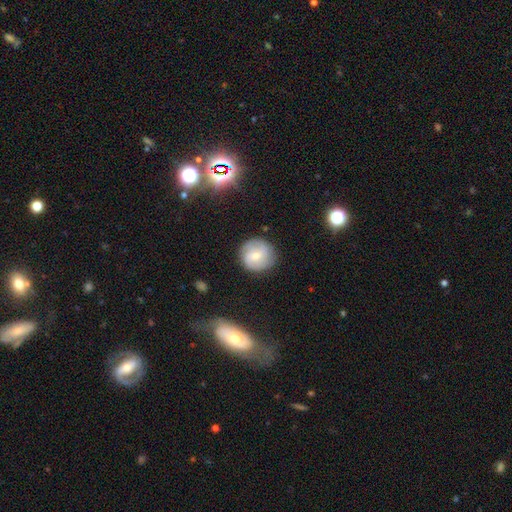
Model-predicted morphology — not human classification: Q: Smooth or featured?
A: featured or disk (54%); runner-up: smooth (38%)
Q: Edge-on disk?
A: no (97%); runner-up: yes (3%)
Q: Bar?
A: no (47%); runner-up: weak (42%)
Q: Spiral arms?
A: yes (86%); runner-up: no (14%)
Q: Bulge size?
A: small (51%); runner-up: moderate (45%)
Q: Merging?
A: none (84%); runner-up: minor disturbance (11%)